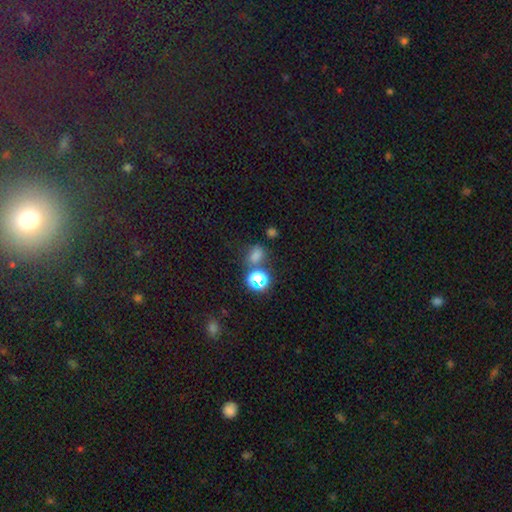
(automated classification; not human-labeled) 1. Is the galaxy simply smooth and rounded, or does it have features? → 57% smooth, 36% star or artifact, 7% featured or disk.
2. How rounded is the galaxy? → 55% in between, 43% round, 2% cigar-shaped.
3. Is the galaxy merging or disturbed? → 59% none, 19% merger, 14% minor disturbance, 7% major disturbance.